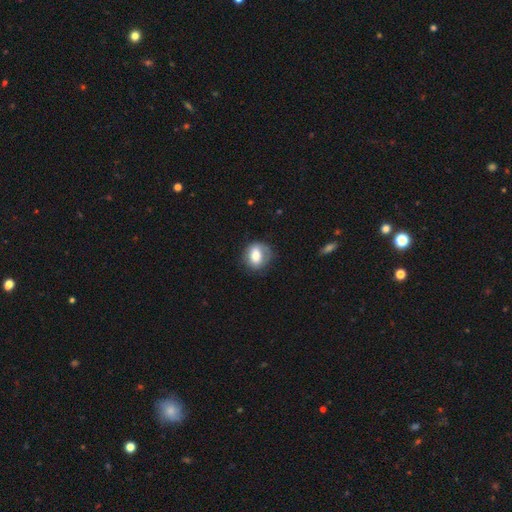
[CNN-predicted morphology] smooth 70%, featured or disk 22%, star or artifact 8%. Down the decision tree: how rounded — round (63%); merging — none (66%).